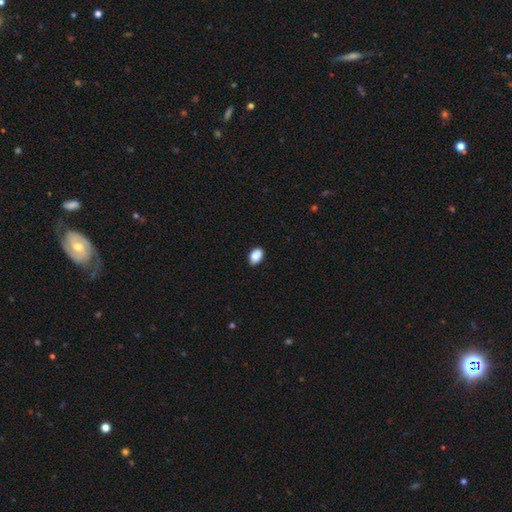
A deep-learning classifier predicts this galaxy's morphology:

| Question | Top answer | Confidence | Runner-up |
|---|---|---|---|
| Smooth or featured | smooth | 88% | star or artifact (8%) |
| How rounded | in between | 88% | round (11%) |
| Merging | none | 84% | minor disturbance (13%) |